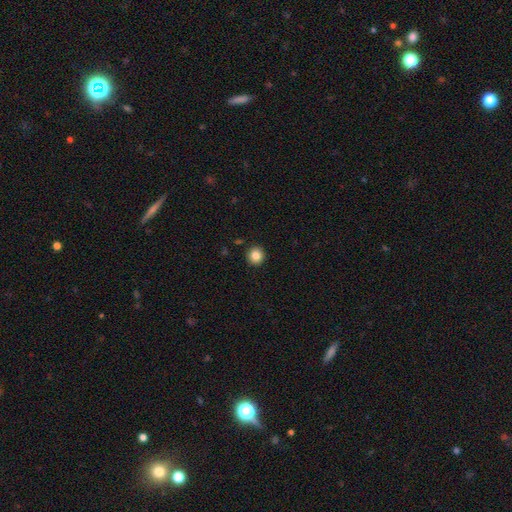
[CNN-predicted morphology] smooth 84%, star or artifact 10%, featured or disk 6%. Down the decision tree: how rounded — round (90%); merging — none (92%).